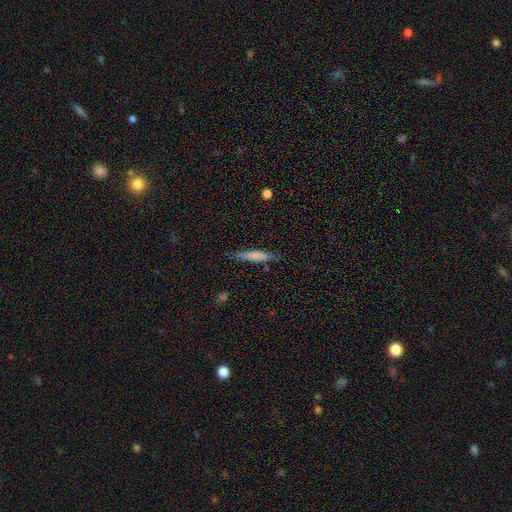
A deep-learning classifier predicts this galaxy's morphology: A smooth galaxy with no disk features (72%) that is cigar-shaped (89%). Merging: none (79%).